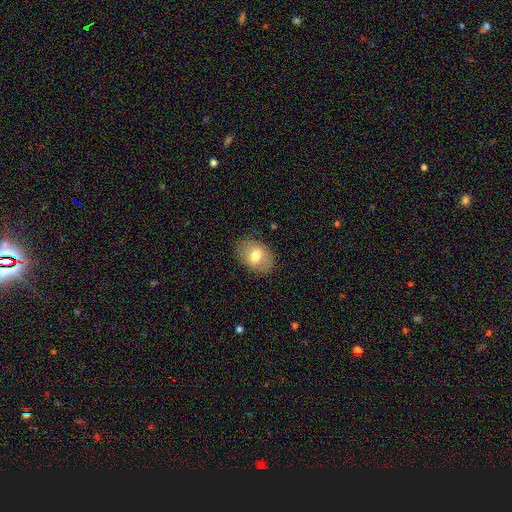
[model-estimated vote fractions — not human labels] smooth-or-featured: smooth: 69% | featured or disk: 22% | star or artifact: 8%
  how-rounded: in between: 74% | round: 25% | cigar-shaped: 1%
  merging: none: 83% | minor disturbance: 13% | major disturbance: 4% | merger: 1%